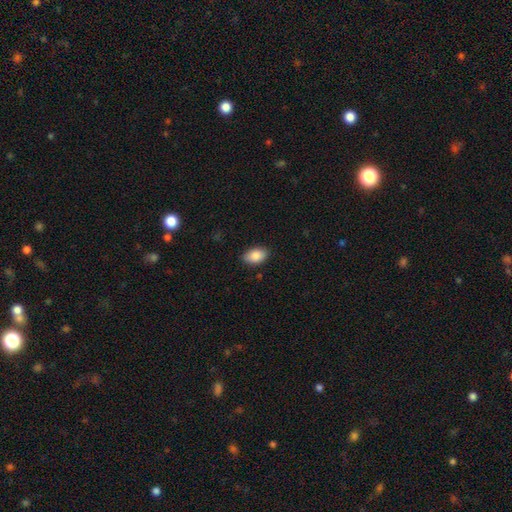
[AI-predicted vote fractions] A smooth galaxy with no disk features (87%) that is in between round and cigar-shaped (92%).

Vote fractions:
- Smooth or featured? smooth: 87% / star or artifact: 7% / featured or disk: 5%
- How rounded? in between: 92% / round: 7% / cigar-shaped: 1%
- Merging? none: 86% / minor disturbance: 11% / major disturbance: 2% / merger: 1%